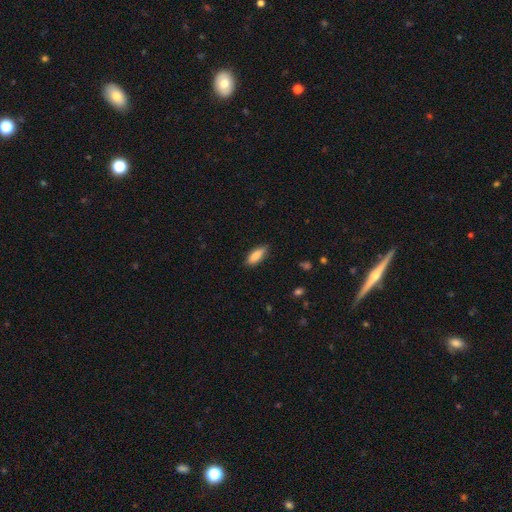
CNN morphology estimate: Smooth or featured?
  - smooth: 86% *
  - featured or disk: 7%
  - star or artifact: 6%
How rounded?
  - in between: 75% *
  - cigar-shaped: 24%
  - round: 2%
Merging?
  - none: 82% *
  - minor disturbance: 15%
  - major disturbance: 2%
  - merger: 1%